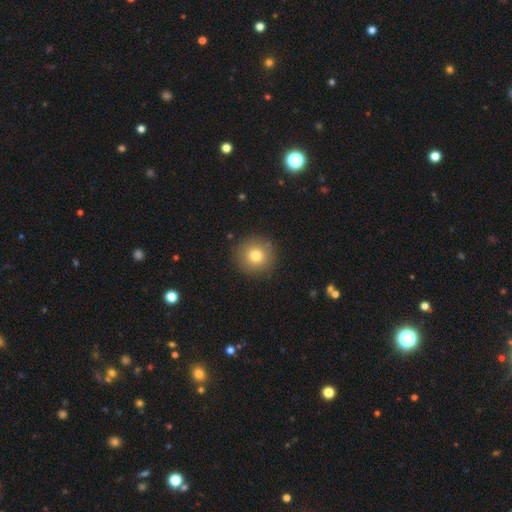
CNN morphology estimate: Q: Smooth or featured?
A: smooth (78%); runner-up: star or artifact (11%)
Q: How rounded?
A: round (94%); runner-up: in between (5%)
Q: Merging?
A: none (89%); runner-up: minor disturbance (7%)